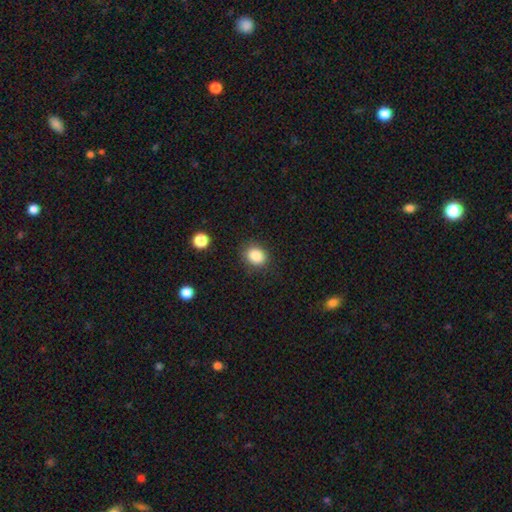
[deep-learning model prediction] Morphology: type=smooth (86%); roundness=round (53%); merging=none (84%).